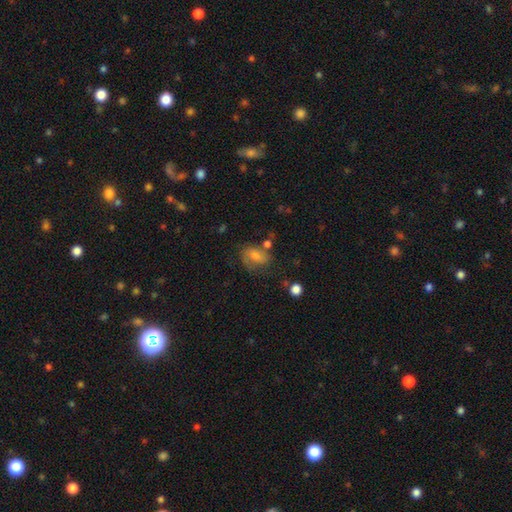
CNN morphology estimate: This appears to be a smooth galaxy with no disk features (62%) that is in between round and cigar-shaped (75%). Merging: none (45%).